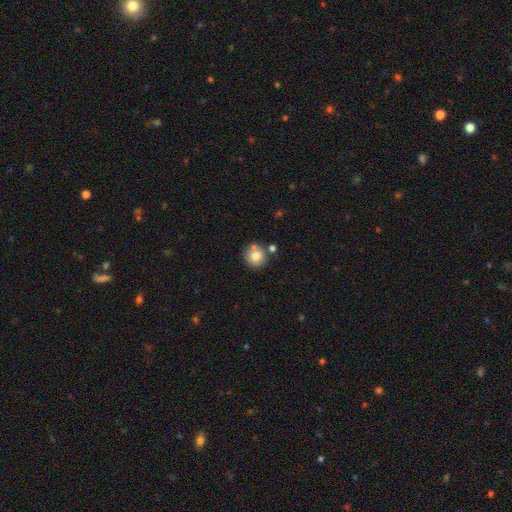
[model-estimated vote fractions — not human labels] Smooth or featured? Predicted: smooth (p=0.80). How rounded? Predicted: round (p=0.93). Merging? Predicted: none (p=0.72).